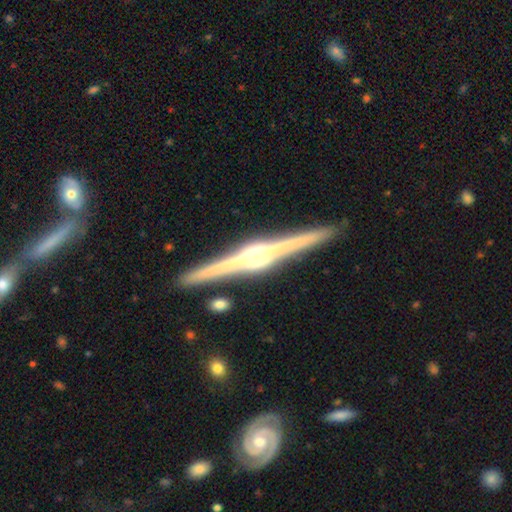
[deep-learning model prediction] This is clearly a featured or disk galaxy (89%). It is clearly viewed edge-on (99%). Edge-on bulge: likely rounded (79%). Merging: clearly none (92%).